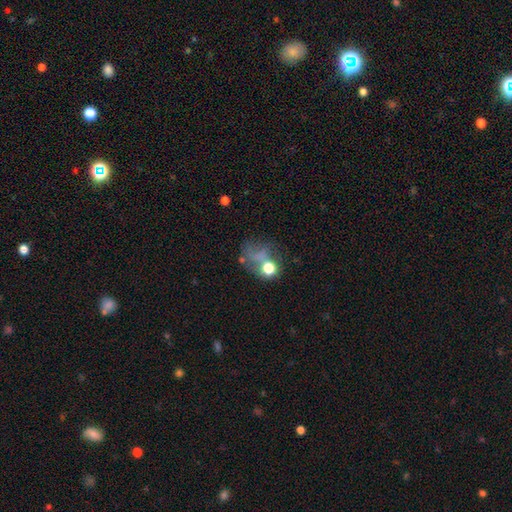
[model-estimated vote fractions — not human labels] This is possibly a smooth galaxy (54%). How rounded: possibly round (59%). Merging: marginally major disturbance (39%).